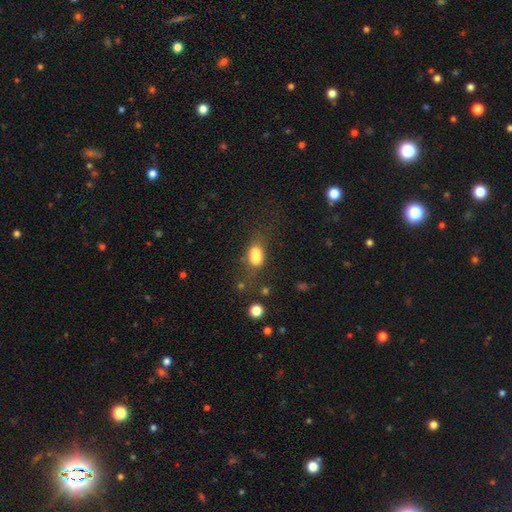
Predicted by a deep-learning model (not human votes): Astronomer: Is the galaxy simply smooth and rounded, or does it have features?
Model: smooth — 78%.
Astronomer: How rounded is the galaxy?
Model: in between — 82%.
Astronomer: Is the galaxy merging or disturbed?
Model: none — 45% (runner-up: minor disturbance, 25%).